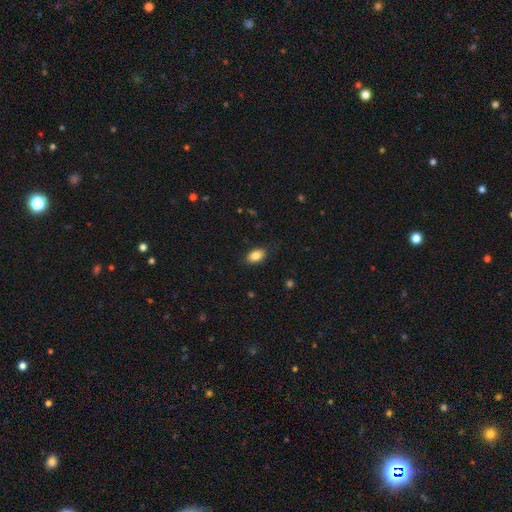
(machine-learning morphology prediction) smooth 85%, star or artifact 8%, featured or disk 7%. Down the decision tree: how rounded — in between (89%); merging — none (86%).